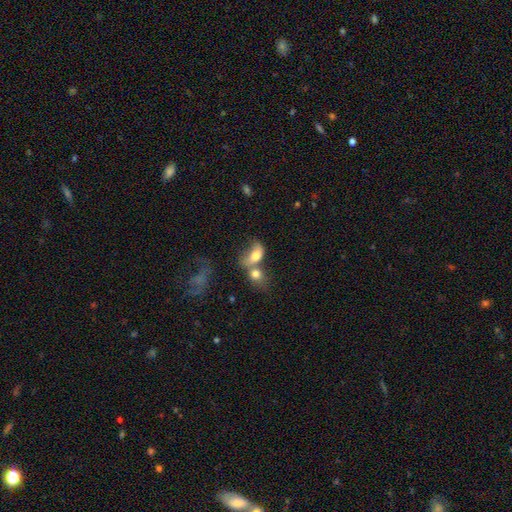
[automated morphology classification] This appears to be a smooth galaxy with no disk features (69%) that is in between round and cigar-shaped (79%). Merging: merger (65%).